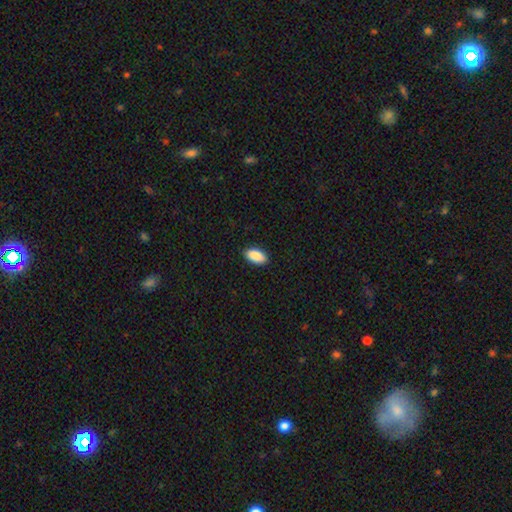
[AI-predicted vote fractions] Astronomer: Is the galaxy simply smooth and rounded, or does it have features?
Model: smooth — 91%.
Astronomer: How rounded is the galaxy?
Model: in between — 94%.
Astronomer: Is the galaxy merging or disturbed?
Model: none — 90%.